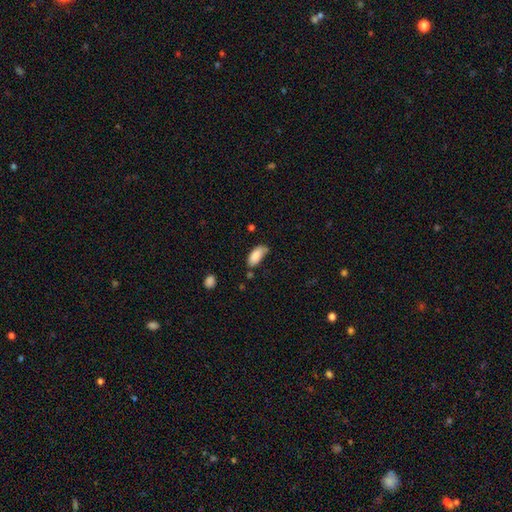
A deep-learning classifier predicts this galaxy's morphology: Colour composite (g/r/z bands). It shows a smooth galaxy with no disk features (86%) that is in between round and cigar-shaped (90%). Merging: none (52%).